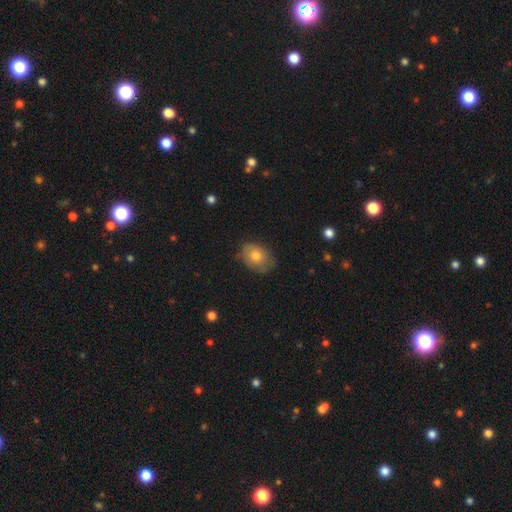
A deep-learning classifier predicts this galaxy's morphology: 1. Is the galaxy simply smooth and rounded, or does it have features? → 70% smooth, 23% featured or disk, 7% star or artifact.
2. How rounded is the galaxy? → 72% in between, 27% round, 1% cigar-shaped.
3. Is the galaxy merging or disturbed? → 68% none, 25% minor disturbance, 6% major disturbance, 1% merger.